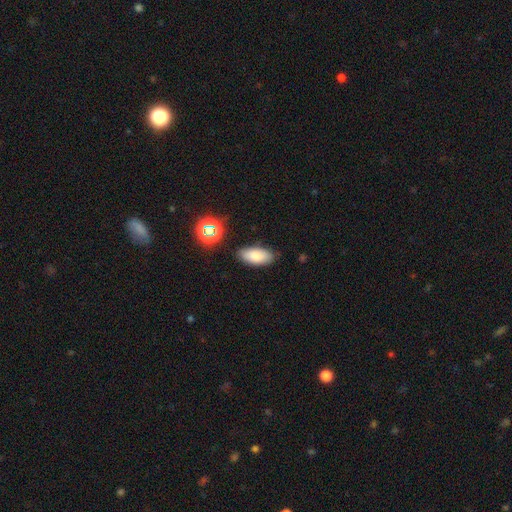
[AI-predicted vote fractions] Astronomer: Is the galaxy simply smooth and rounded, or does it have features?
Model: smooth — 80%.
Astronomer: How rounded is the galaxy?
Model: in between — 89%.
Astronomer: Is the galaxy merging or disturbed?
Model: none — 84%.